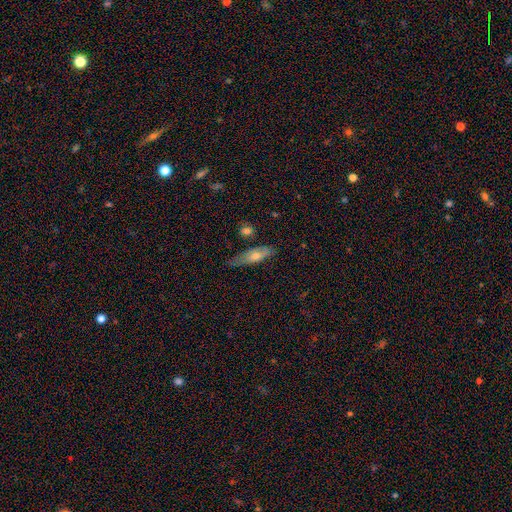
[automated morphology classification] Smooth or featured?
  - smooth: 51% *
  - featured or disk: 40%
  - star or artifact: 9%
How rounded?
  - cigar-shaped: 58% *
  - in between: 39%
  - round: 3%
Merging?
  - none: 70% *
  - minor disturbance: 22%
  - major disturbance: 5%
  - merger: 3%